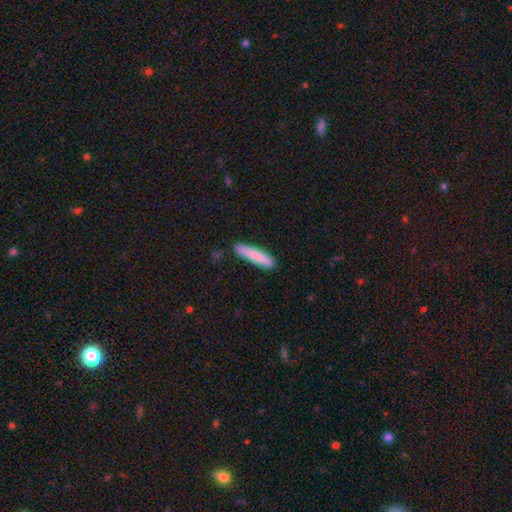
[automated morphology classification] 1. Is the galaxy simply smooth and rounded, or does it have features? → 83% smooth, 12% featured or disk, 5% star or artifact.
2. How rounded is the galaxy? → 87% cigar-shaped, 12% in between, 1% round.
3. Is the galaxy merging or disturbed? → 87% none, 10% minor disturbance, 2% major disturbance, 2% merger.